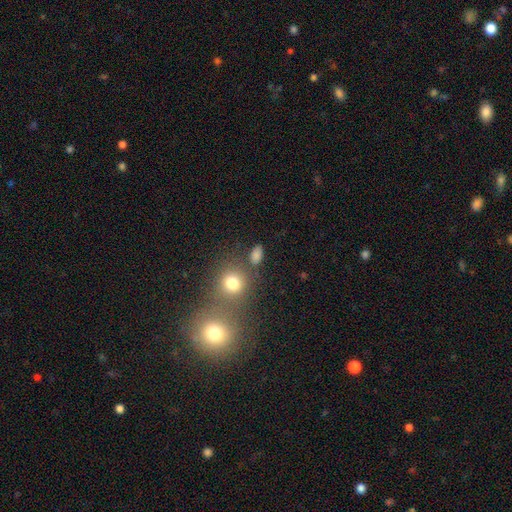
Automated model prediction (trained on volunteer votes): The model was most divided on "how rounded": round: 65%, in between: 32%, cigar-shaped: 2%. More confident: smooth or featured — smooth (69%); merging — none (61%).